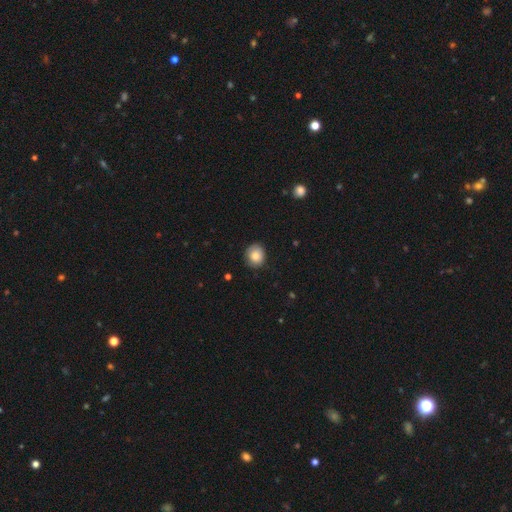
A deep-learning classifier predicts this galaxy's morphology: A smooth galaxy with no disk features (84%) that is round (76%). Merging: none (79%).